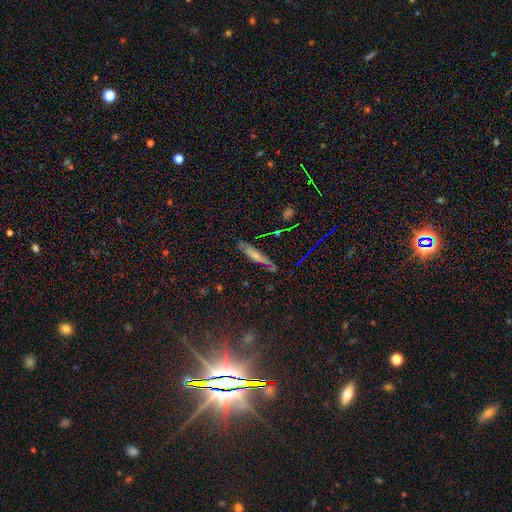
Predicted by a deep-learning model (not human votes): A smooth galaxy with no disk features (46%). Merging: none (75%).